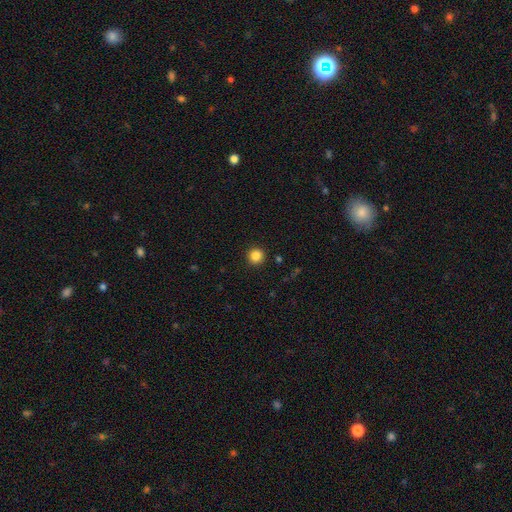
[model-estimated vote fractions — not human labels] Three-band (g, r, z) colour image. It shows a smooth galaxy with no disk features (85%) that is round (95%). Merging: none (93%).